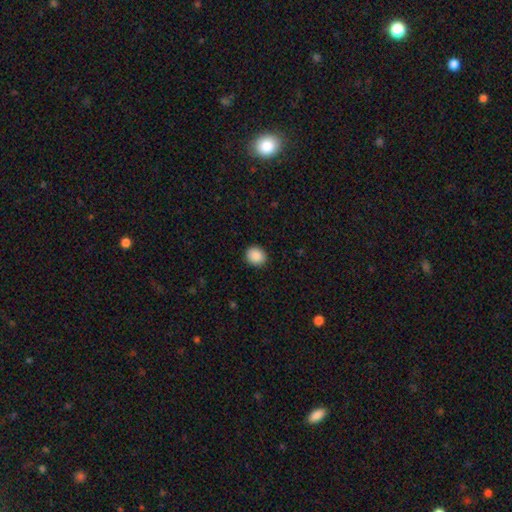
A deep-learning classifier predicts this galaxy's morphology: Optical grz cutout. It shows a smooth galaxy with no disk features (89%) that is round (70%). Merging: none (91%).